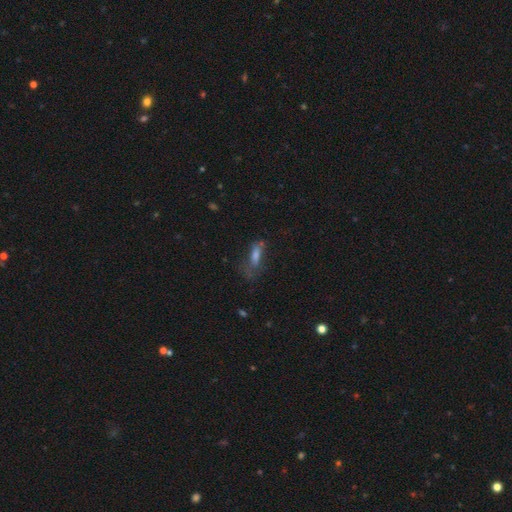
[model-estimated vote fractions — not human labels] This is possibly a smooth galaxy (56%). How rounded: possibly in between (49%). Merging: marginally none (43%).